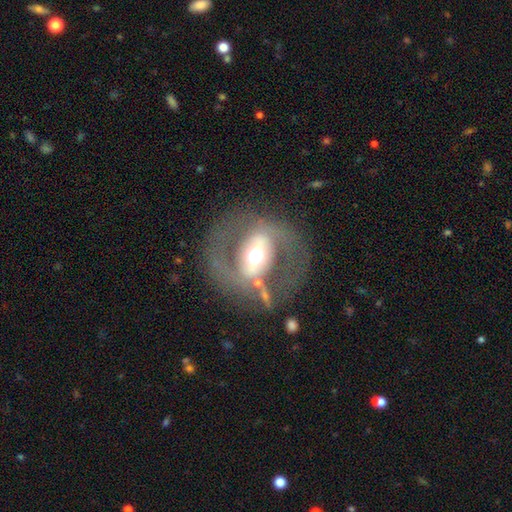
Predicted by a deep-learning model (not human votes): Q: Smooth or featured?
A: featured or disk (71%); runner-up: smooth (21%)
Q: Edge-on disk?
A: no (93%); runner-up: yes (7%)
Q: Bar?
A: strong (44%); runner-up: no (30%)
Q: Spiral arms?
A: yes (51%); runner-up: no (49%)
Q: Bulge size?
A: moderate (53%); runner-up: large (32%)
Q: Merging?
A: none (65%); runner-up: major disturbance (16%)